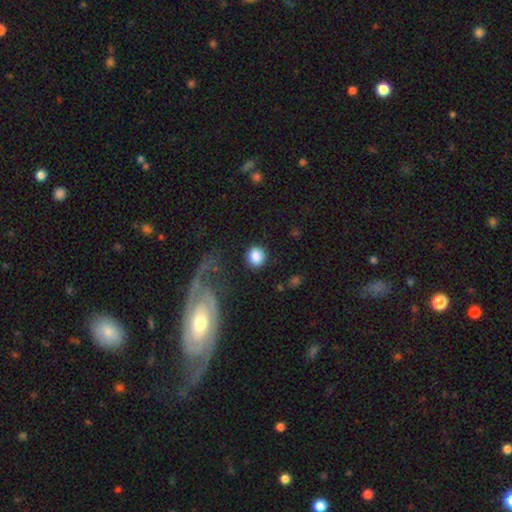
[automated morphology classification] This is clearly a smooth galaxy (84%). How rounded: clearly round (90%). Merging: clearly none (84%).